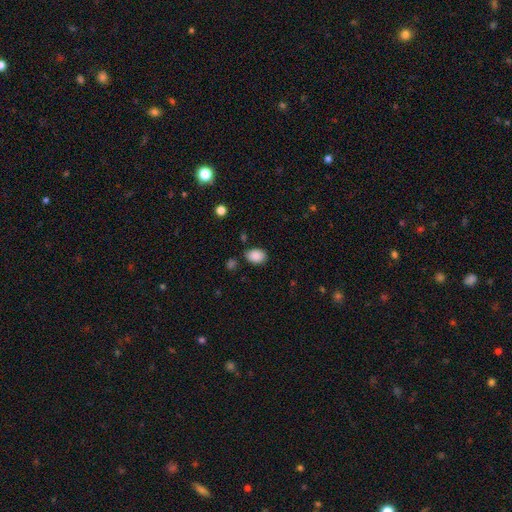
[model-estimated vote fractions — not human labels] Smooth or featured: smooth — 88% (star or artifact — 8%)
How rounded: in between — 77% (round — 22%)
Merging: none — 80% (minor disturbance — 14%)